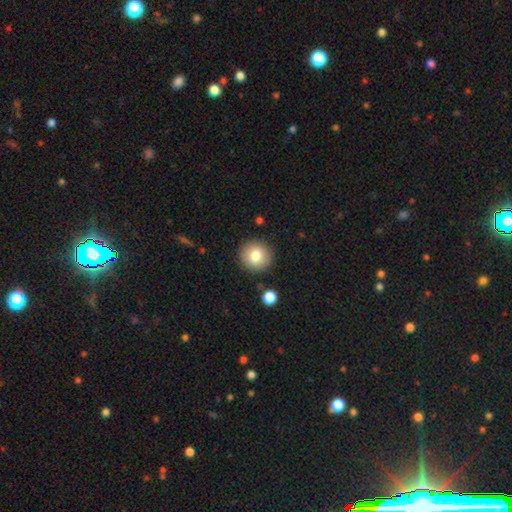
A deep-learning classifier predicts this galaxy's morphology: A smooth galaxy with no disk features (80%) that is round (93%).

Vote fractions:
- Smooth or featured? smooth: 80% / featured or disk: 11% / star or artifact: 9%
- How rounded? round: 93% / in between: 6% / cigar-shaped: 1%
- Merging? none: 88% / minor disturbance: 7% / merger: 2% / major disturbance: 2%